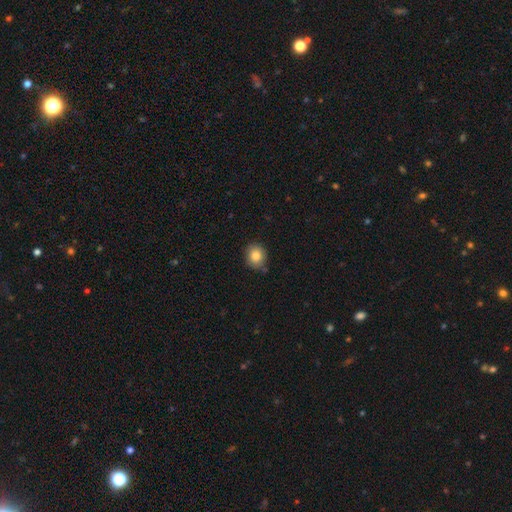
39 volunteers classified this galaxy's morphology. This is clearly a smooth galaxy (87%). How rounded: clearly round (82%). Merging: clearly none (83%).